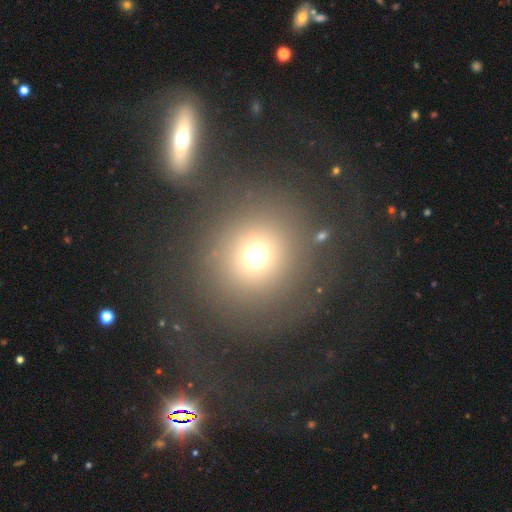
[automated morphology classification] Smooth or featured?
  - smooth: 69% *
  - star or artifact: 22%
  - featured or disk: 10%
How rounded?
  - round: 92% *
  - in between: 7%
  - cigar-shaped: 1%
Merging?
  - none: 77% *
  - minor disturbance: 9%
  - major disturbance: 8%
  - merger: 6%